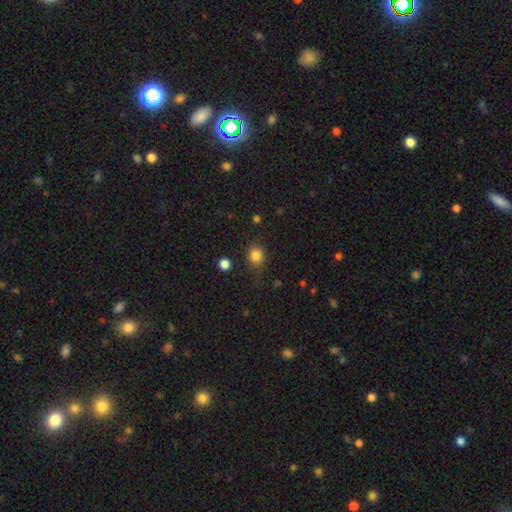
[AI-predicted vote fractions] Smooth or featured: smooth — 84% (star or artifact — 12%)
How rounded: round — 79% (in between — 20%)
Merging: none — 79% (minor disturbance — 13%)